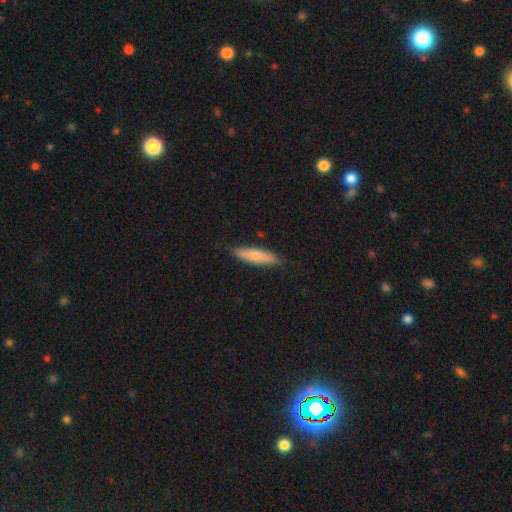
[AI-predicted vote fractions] smooth 67%, featured or disk 27%, star or artifact 6%. Down the decision tree: how rounded — cigar-shaped (73%); merging — none (86%).